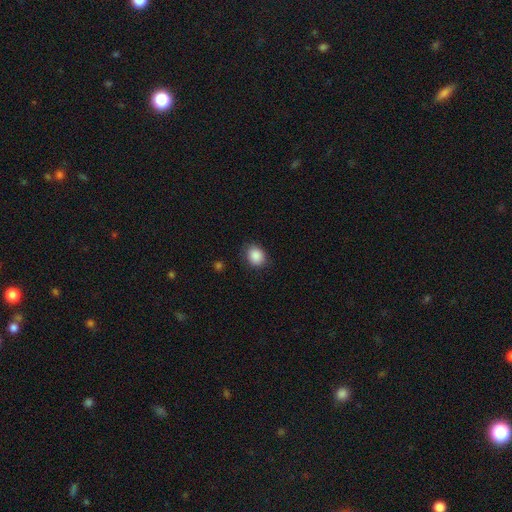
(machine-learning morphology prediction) smooth 88%, star or artifact 8%, featured or disk 4%. Down the decision tree: how rounded — round (55%); merging — none (81%).